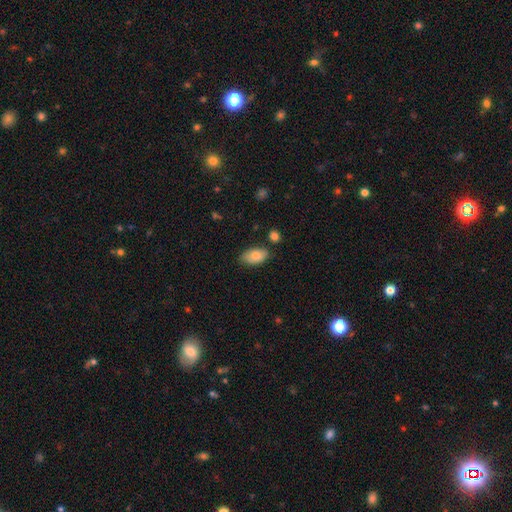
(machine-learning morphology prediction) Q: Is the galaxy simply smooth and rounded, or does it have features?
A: smooth — 79%.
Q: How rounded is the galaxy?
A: in between — 93%.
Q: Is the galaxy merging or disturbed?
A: none — 72%.